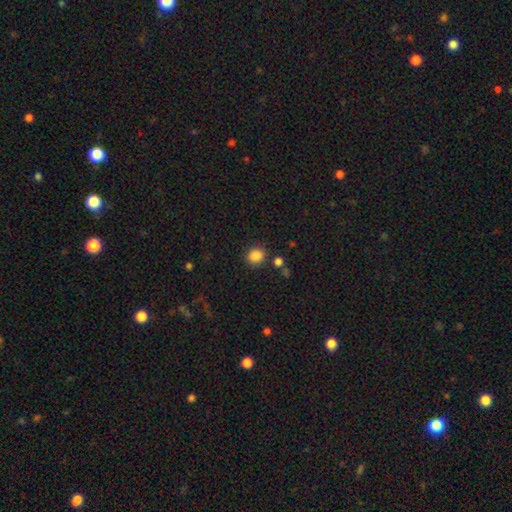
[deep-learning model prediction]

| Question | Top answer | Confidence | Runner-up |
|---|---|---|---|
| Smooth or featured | smooth | 86% | star or artifact (10%) |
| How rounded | round | 77% | in between (22%) |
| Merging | none | 85% | minor disturbance (8%) |